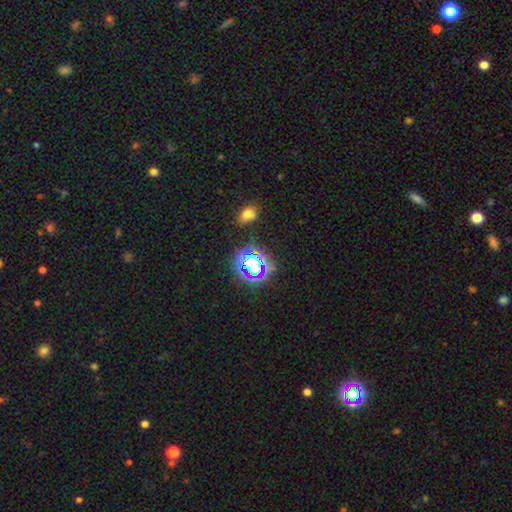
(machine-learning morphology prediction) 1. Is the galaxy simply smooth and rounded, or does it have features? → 66% star or artifact, 26% smooth, 8% featured or disk.